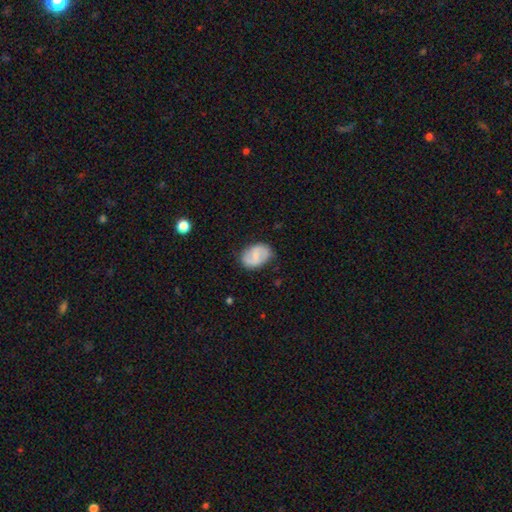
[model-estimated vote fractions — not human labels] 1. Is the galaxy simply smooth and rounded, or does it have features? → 50% featured or disk, 44% smooth, 6% star or artifact.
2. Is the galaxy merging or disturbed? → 79% none, 16% minor disturbance, 4% major disturbance, 1% merger.